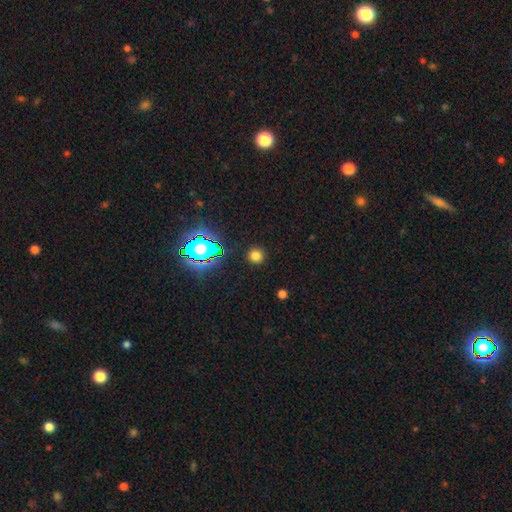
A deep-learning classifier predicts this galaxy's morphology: A smooth galaxy with no disk features (73%) that is round (93%).

Vote fractions:
- Smooth or featured? smooth: 73% / star or artifact: 21% / featured or disk: 6%
- How rounded? round: 93% / in between: 6% / cigar-shaped: 1%
- Merging? none: 90% / minor disturbance: 6% / major disturbance: 3% / merger: 2%